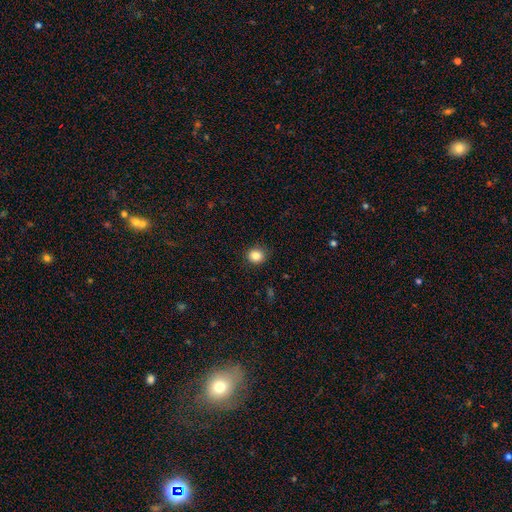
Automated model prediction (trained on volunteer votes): smooth_or_featured: smooth (p=0.84) [alt: star or artifact p=0.11]
how_rounded: round (p=0.82) [alt: in between p=0.17]
merging: none (p=0.89) [alt: minor disturbance p=0.08]